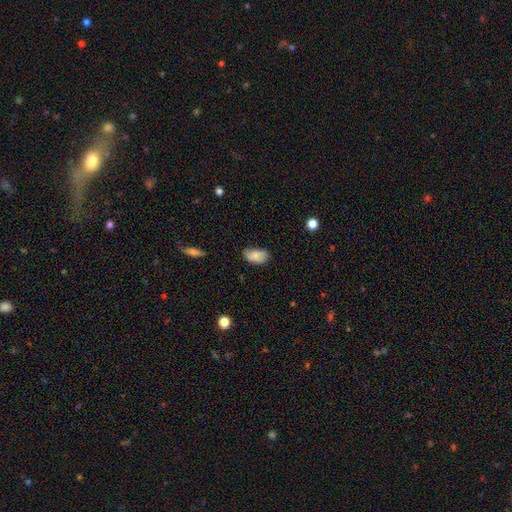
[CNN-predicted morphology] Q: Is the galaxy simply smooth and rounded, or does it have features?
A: smooth — 81%.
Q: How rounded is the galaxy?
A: in between — 93%.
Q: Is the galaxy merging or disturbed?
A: none — 63%.